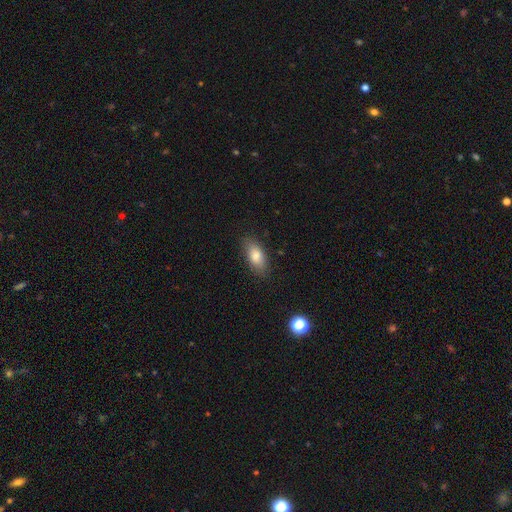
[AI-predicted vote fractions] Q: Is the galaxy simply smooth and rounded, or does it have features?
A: smooth — 81%.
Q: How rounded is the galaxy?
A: in between — 86%.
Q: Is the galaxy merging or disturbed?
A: none — 83%.